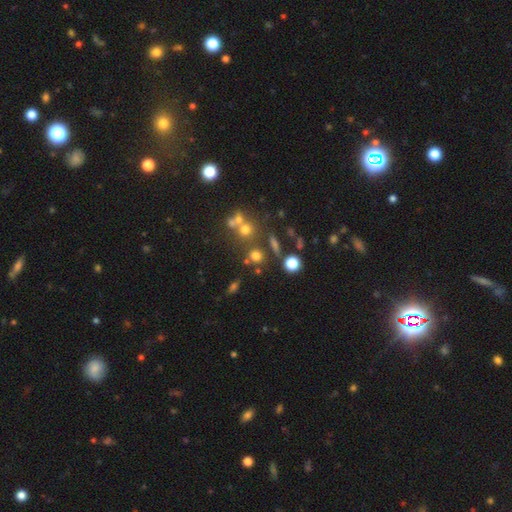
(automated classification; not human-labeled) Overall: smooth (66%). How rounded: round (82%). Merging: none (66%).